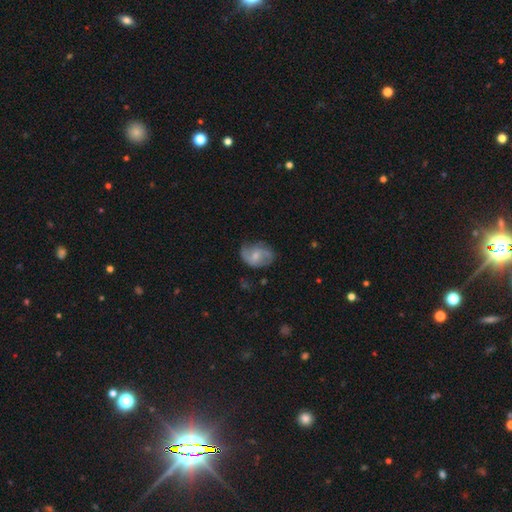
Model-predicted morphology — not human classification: This is possibly a featured or disk galaxy (54%). It is clearly not viewed edge-on (97%). Bar: possibly no (51%). Spiral arm pattern: clearly yes (80%). Central bulge: possibly small (50%). Merging: possibly none (55%).